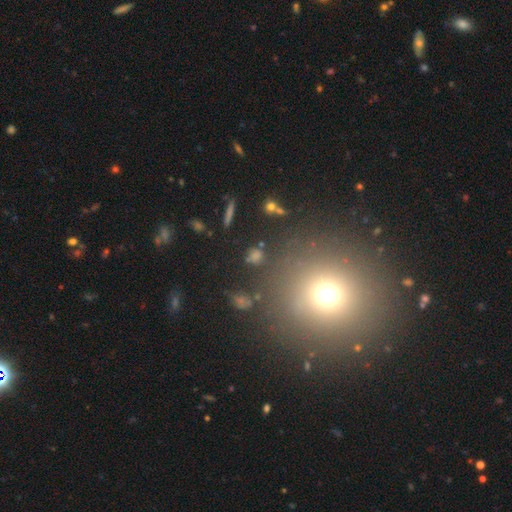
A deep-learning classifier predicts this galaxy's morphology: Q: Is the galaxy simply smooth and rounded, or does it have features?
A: smooth — 52%.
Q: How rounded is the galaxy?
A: round — 66%.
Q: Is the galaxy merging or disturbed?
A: none — 82%.